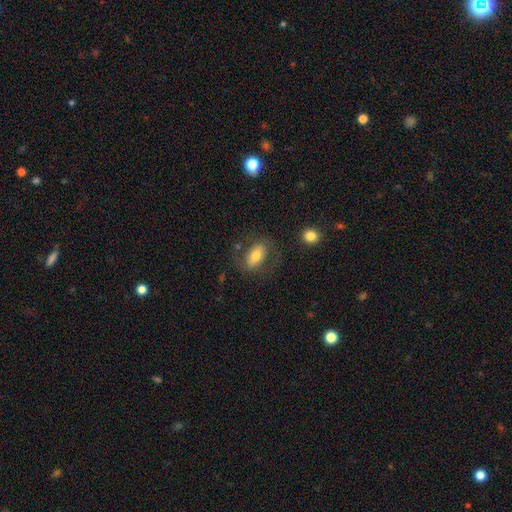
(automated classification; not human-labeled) Smooth or featured?
  - smooth: 61% *
  - featured or disk: 31%
  - star or artifact: 8%
How rounded?
  - in between: 87% *
  - round: 7%
  - cigar-shaped: 6%
Merging?
  - none: 66% *
  - minor disturbance: 17%
  - major disturbance: 13%
  - merger: 4%